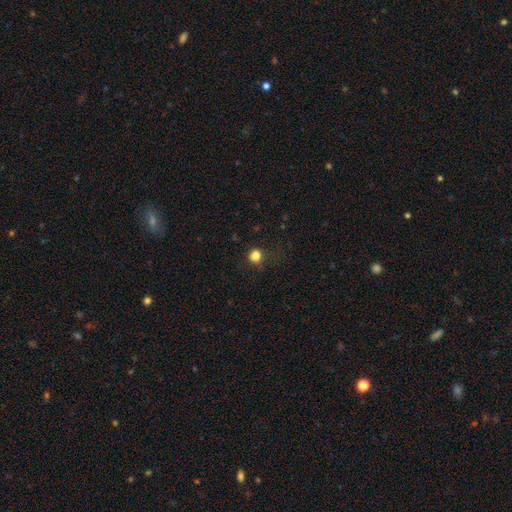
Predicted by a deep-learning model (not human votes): smooth 82%, star or artifact 13%, featured or disk 4%. Down the decision tree: how rounded — round (76%); merging — none (72%).